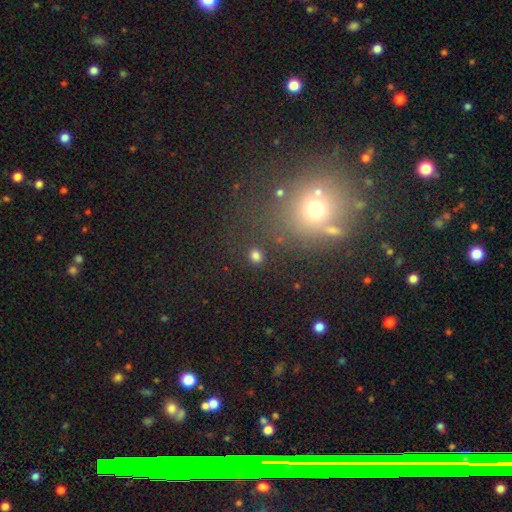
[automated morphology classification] Smooth or featured: smooth — 79% (star or artifact — 16%)
How rounded: round — 60% (in between — 38%)
Merging: none — 85% (minor disturbance — 8%)